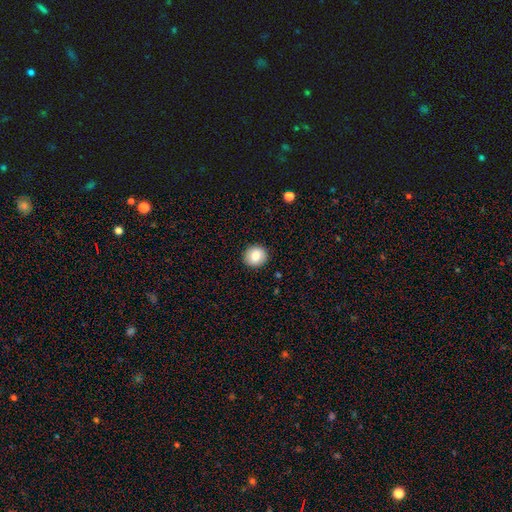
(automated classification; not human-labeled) Smooth or featured: smooth — 80% (featured or disk — 12%)
How rounded: round — 86% (in between — 13%)
Merging: none — 91% (minor disturbance — 6%)